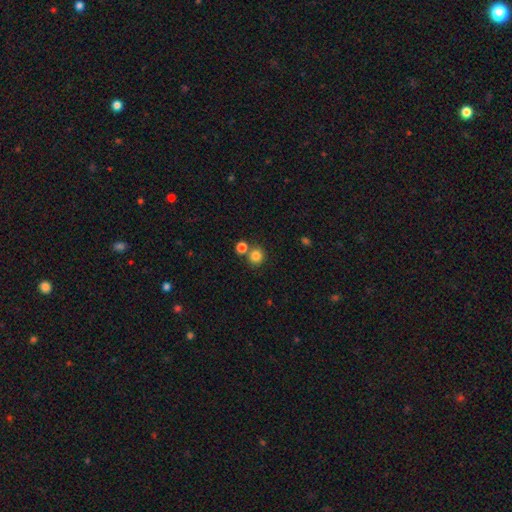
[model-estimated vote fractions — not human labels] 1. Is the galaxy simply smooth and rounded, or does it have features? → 82% smooth, 12% star or artifact, 6% featured or disk.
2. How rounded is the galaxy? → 91% round, 8% in between, 1% cigar-shaped.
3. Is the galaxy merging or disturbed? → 72% none, 19% merger, 7% minor disturbance, 3% major disturbance.